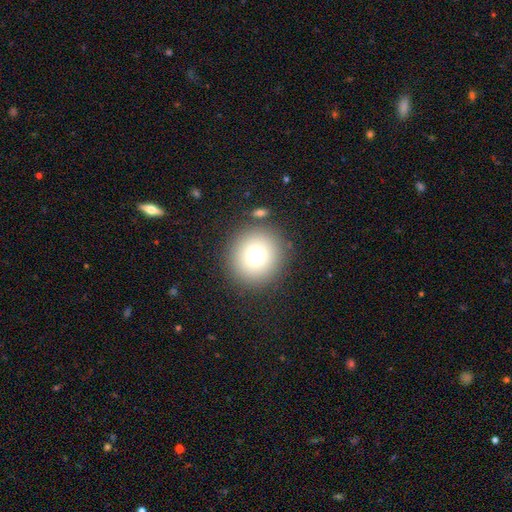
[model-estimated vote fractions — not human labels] Smooth or featured: smooth — 75% (star or artifact — 13%)
How rounded: round — 93% (in between — 6%)
Merging: none — 86% (minor disturbance — 7%)